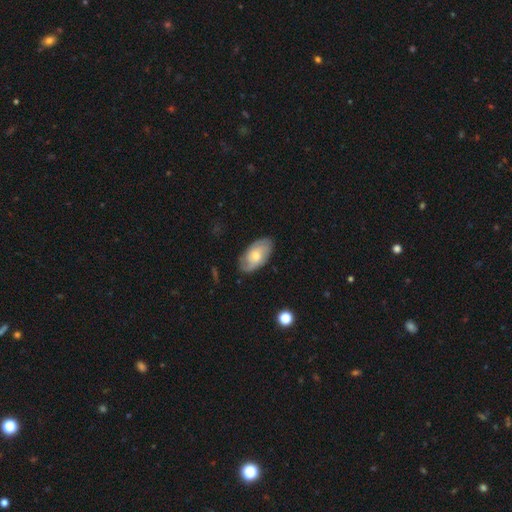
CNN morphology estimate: A featured or disk galaxy (48%).

Vote fractions:
- Smooth or featured? featured or disk: 48% / smooth: 46% / star or artifact: 6%
- Merging? none: 78% / minor disturbance: 17% / major disturbance: 4% / merger: 1%